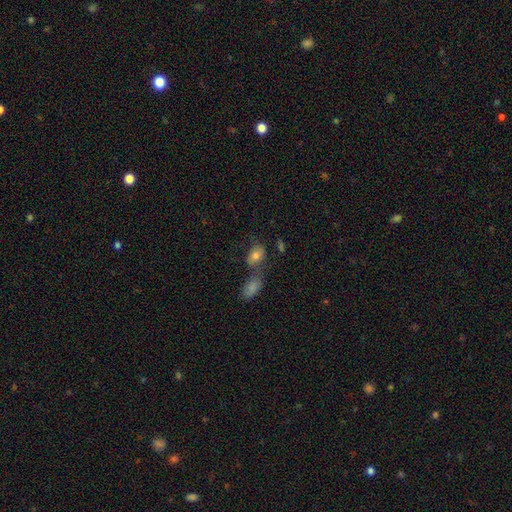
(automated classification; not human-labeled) smooth_or_featured: smooth (p=0.77) [alt: featured or disk p=0.13]
how_rounded: in between (p=0.80) [alt: round p=0.18]
merging: none (p=0.43) [alt: merger p=0.36]